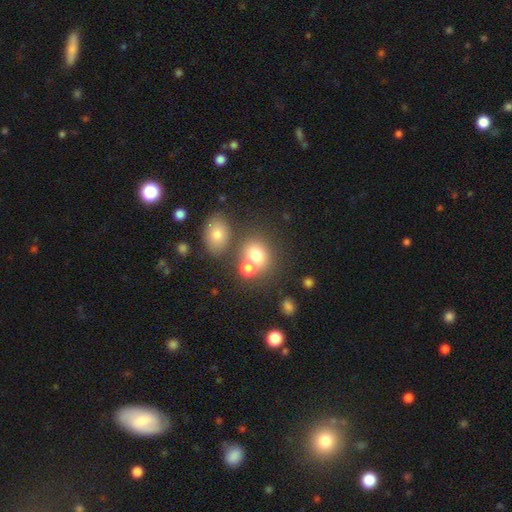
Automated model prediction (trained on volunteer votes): Q: Smooth or featured?
A: smooth (73%); runner-up: star or artifact (14%)
Q: How rounded?
A: round (60%); runner-up: in between (39%)
Q: Merging?
A: none (44%); runner-up: merger (40%)